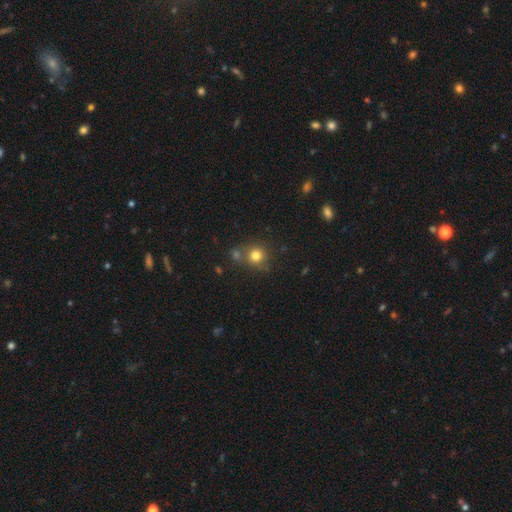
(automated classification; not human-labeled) A smooth galaxy with no disk features (78%) that is round (89%). Merging: none (66%).